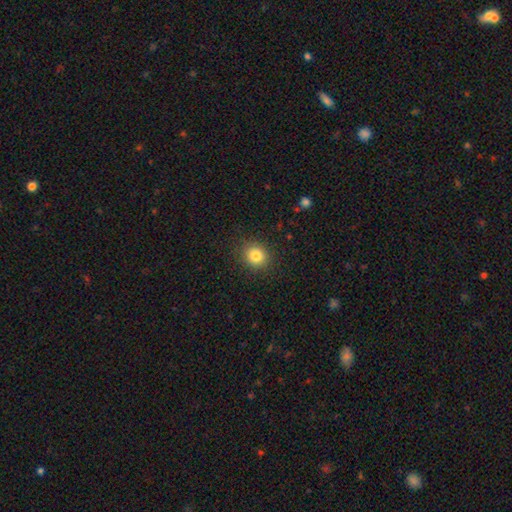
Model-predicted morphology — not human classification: Smooth or featured? smooth (82%)
How rounded? round (82%)
Merging? none (89%)